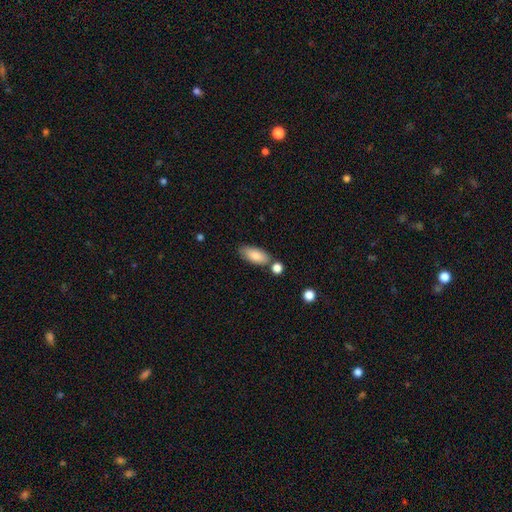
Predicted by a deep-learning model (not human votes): smooth_or_featured: smooth (p=0.83) [alt: featured or disk p=0.10]
how_rounded: in between (p=0.87) [alt: cigar-shaped p=0.11]
merging: none (p=0.69) [alt: minor disturbance p=0.15]